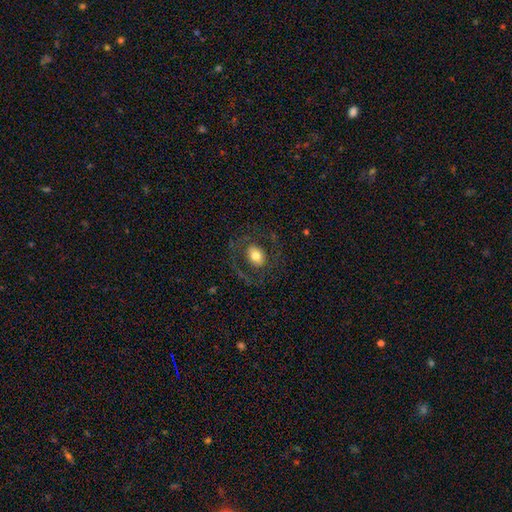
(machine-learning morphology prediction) smooth_or_featured: smooth (p=0.59) [alt: featured or disk p=0.32]
how_rounded: in between (p=0.55) [alt: round p=0.44]
merging: none (p=0.72) [alt: major disturbance p=0.15]